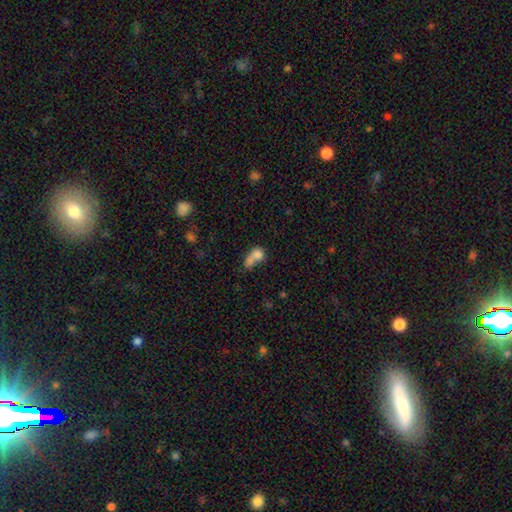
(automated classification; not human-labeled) This is likely a smooth galaxy (74%). How rounded: possibly in between (48%). Merging: likely merger (62%).